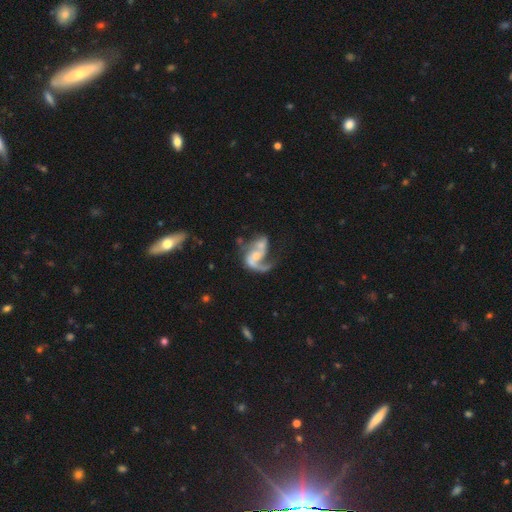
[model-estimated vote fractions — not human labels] Smooth or featured: featured or disk — 84% (smooth — 10%)
Edge-on disk: no — 97% (yes — 3%)
Bar: no — 52% (weak — 34%)
Spiral arms: yes — 91% (no — 9%)
Spiral winding: loose — 56% (medium — 35%)
Spiral arm count: 2 — 64% (1 — 27%)
Bulge size: small — 47% (moderate — 42%)
Merging: none — 35% (major disturbance — 33%)